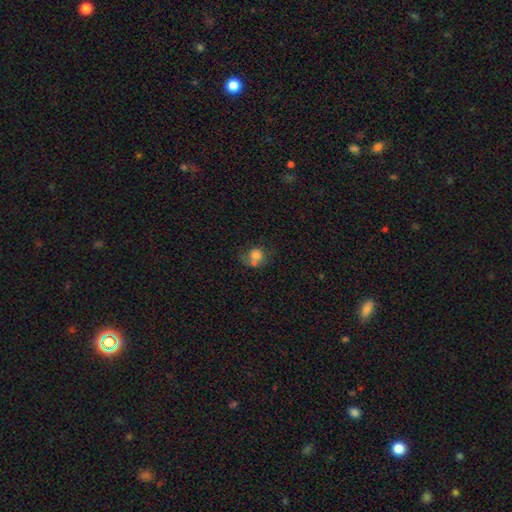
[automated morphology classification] smooth_or_featured: smooth (p=0.71) [alt: featured or disk p=0.17]
how_rounded: round (p=0.70) [alt: in between p=0.29]
merging: none (p=0.35) [alt: merger p=0.34]